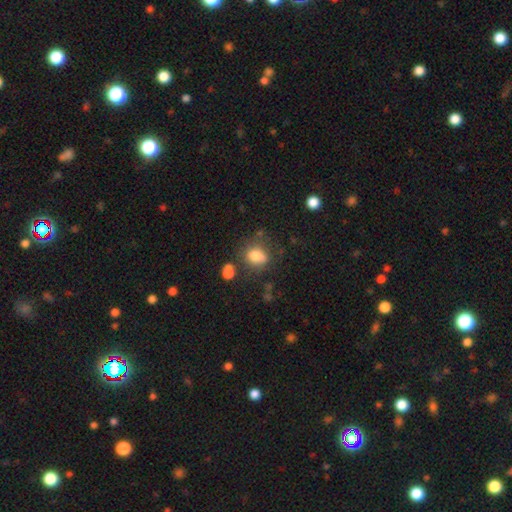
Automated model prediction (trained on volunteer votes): smooth_or_featured: smooth (p=0.77) [alt: featured or disk p=0.12]
how_rounded: round (p=0.58) [alt: in between p=0.41]
merging: none (p=0.56) [alt: minor disturbance p=0.21]